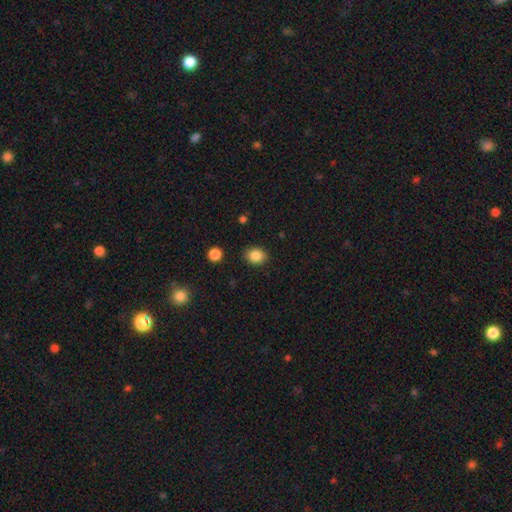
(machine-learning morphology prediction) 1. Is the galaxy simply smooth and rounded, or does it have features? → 85% smooth, 10% star or artifact, 5% featured or disk.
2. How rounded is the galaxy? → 52% round, 47% in between, 1% cigar-shaped.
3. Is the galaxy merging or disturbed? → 88% none, 9% minor disturbance, 2% major disturbance, 2% merger.